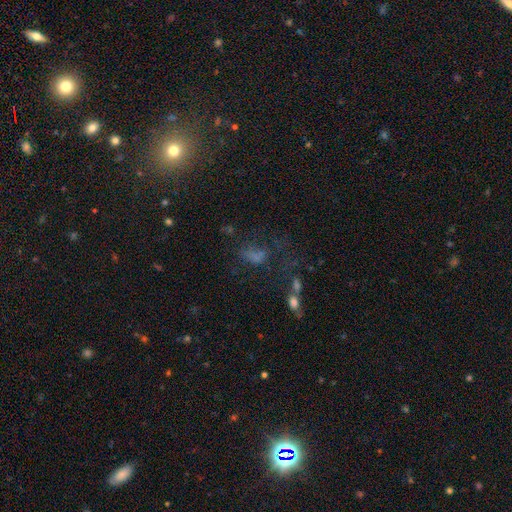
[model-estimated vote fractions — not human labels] Smooth or featured? Predicted: smooth (p=0.52). How rounded? Predicted: in between (p=0.74). Merging? Predicted: major disturbance (p=0.35).